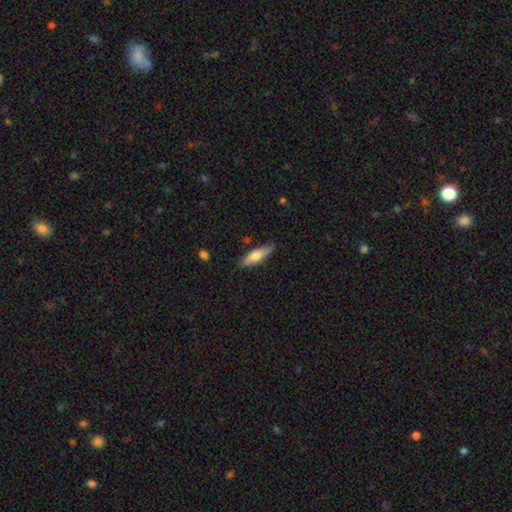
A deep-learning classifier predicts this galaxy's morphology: type=smooth (66%); roundness=cigar-shaped (61%); merging=none (84%).